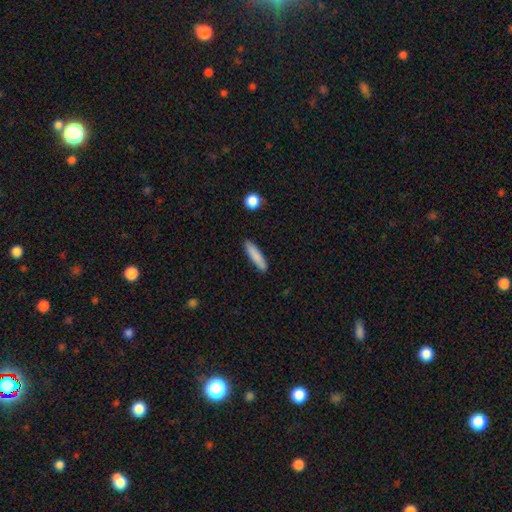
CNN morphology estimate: This appears to be a smooth galaxy with no disk features (84%) that is cigar-shaped (85%). Merging: none (88%).